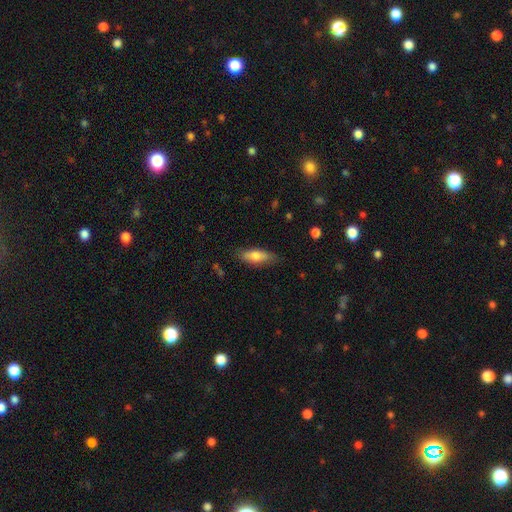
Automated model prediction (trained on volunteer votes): Smooth or featured? Predicted: smooth (p=0.71). How rounded? Predicted: in between (p=0.57). Merging? Predicted: none (p=0.81).